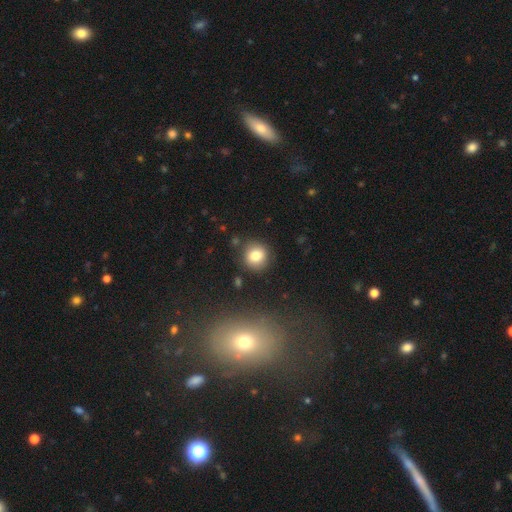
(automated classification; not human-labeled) A smooth galaxy with no disk features (80%) that is round (88%).

Vote fractions:
- Smooth or featured? smooth: 80% / star or artifact: 11% / featured or disk: 9%
- How rounded? round: 88% / in between: 11% / cigar-shaped: 1%
- Merging? none: 86% / minor disturbance: 8% / merger: 3% / major disturbance: 2%